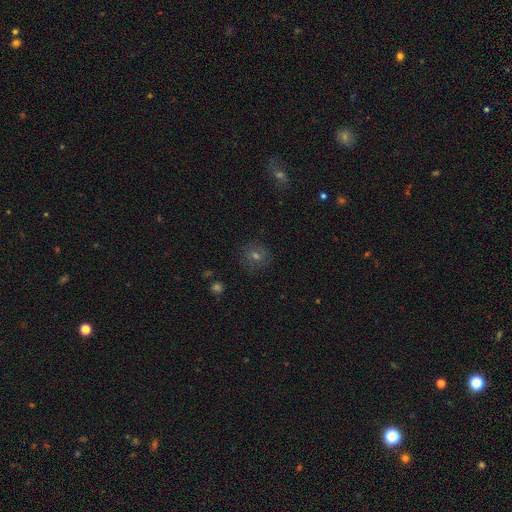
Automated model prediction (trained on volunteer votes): smooth 54%, star or artifact 28%, featured or disk 19%. Down the decision tree: how rounded — round (87%); merging — none (86%).